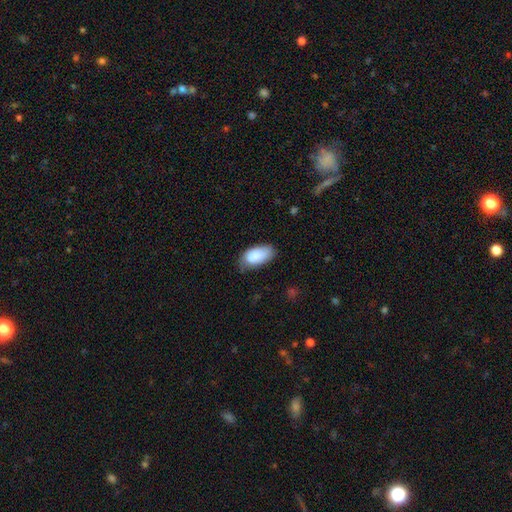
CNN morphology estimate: smooth_or_featured: smooth (p=0.86) [alt: featured or disk p=0.08]
how_rounded: in between (p=0.94) [alt: cigar-shaped p=0.03]
merging: none (p=0.61) [alt: minor disturbance p=0.31]